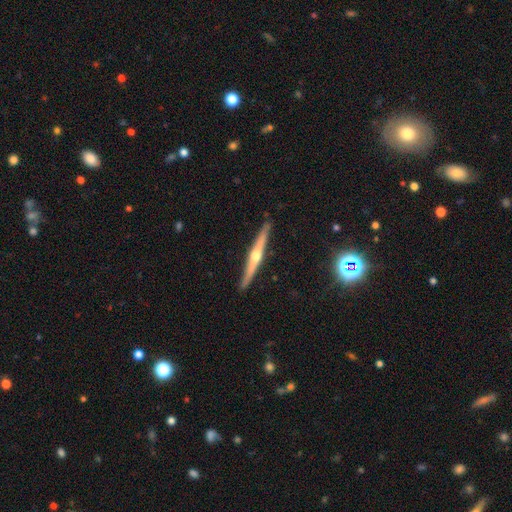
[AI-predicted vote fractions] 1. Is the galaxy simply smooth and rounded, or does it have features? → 77% featured or disk, 18% smooth, 6% star or artifact.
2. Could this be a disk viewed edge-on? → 98% yes, 2% no.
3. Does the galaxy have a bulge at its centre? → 90% rounded, 7% none, 3% boxy.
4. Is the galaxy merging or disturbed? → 91% none, 7% minor disturbance, 1% major disturbance, 1% merger.